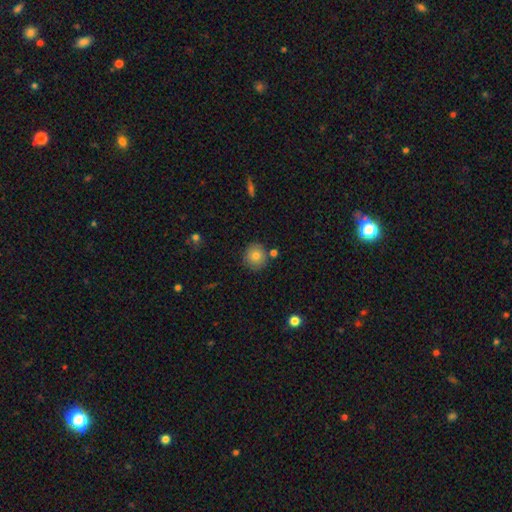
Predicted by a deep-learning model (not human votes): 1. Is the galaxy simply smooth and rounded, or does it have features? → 80% smooth, 11% featured or disk, 10% star or artifact.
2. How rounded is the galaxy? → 90% round, 9% in between, 1% cigar-shaped.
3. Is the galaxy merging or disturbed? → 82% none, 9% minor disturbance, 7% merger, 2% major disturbance.